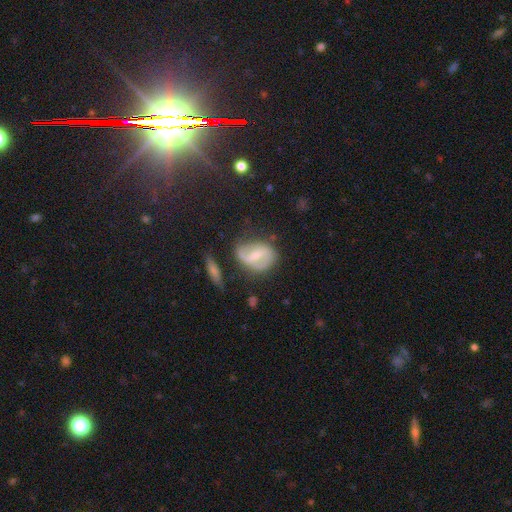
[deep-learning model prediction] Morphology: type=featured or disk (59%); edge-on=no (93%); bar=weak (43%); spiral arms=yes (67%); bulge=small (45%); merging=none (57%).